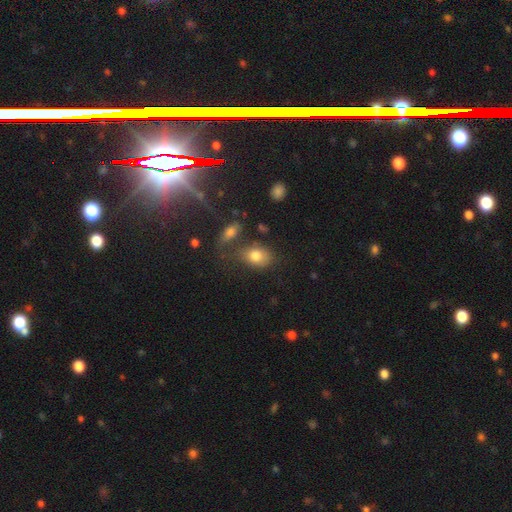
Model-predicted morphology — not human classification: A smooth galaxy with no disk features (78%) that is in between round and cigar-shaped (79%). Merging: none (59%).